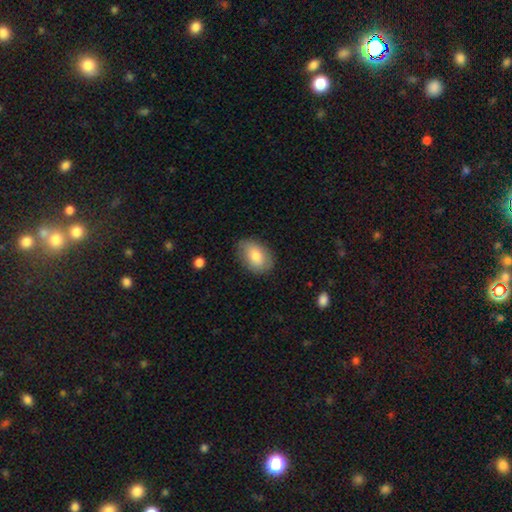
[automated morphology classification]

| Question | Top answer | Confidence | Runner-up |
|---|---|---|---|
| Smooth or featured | smooth | 78% | featured or disk (15%) |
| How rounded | in between | 84% | round (15%) |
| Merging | none | 80% | minor disturbance (15%) |